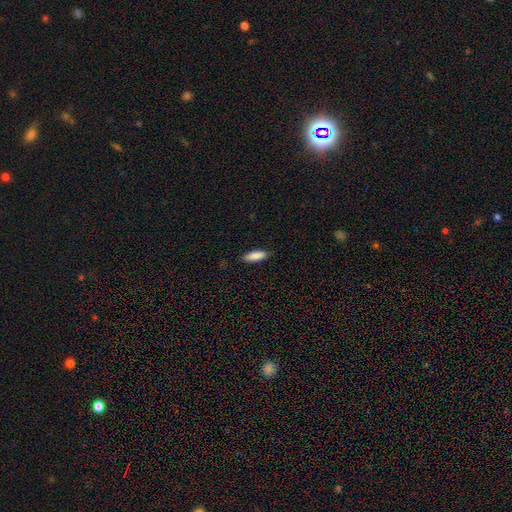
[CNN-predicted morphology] This is clearly a smooth galaxy (86%). How rounded: possibly in between (57%). Merging: clearly none (87%).